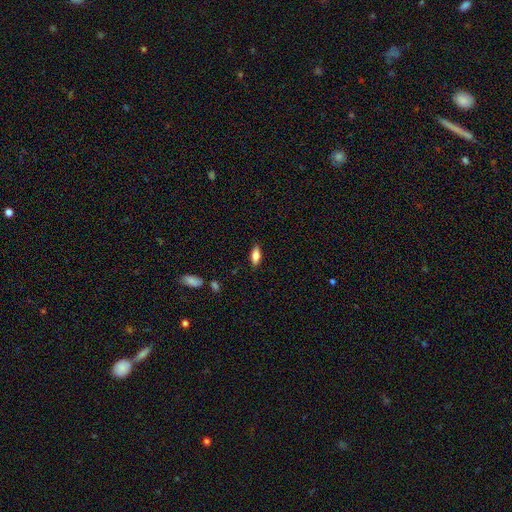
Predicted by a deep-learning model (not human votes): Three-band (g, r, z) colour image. It shows a smooth galaxy with no disk features (78%) that is in between round and cigar-shaped (78%). Merging: none (85%).